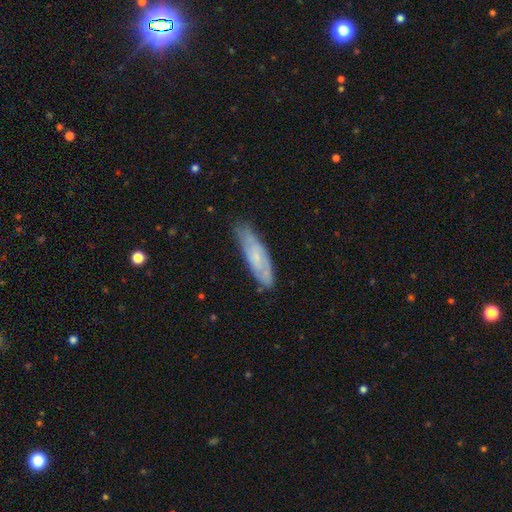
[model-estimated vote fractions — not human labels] smooth_or_featured: smooth (p=0.50) [alt: featured or disk p=0.43]
merging: none (p=0.72) [alt: minor disturbance p=0.22]